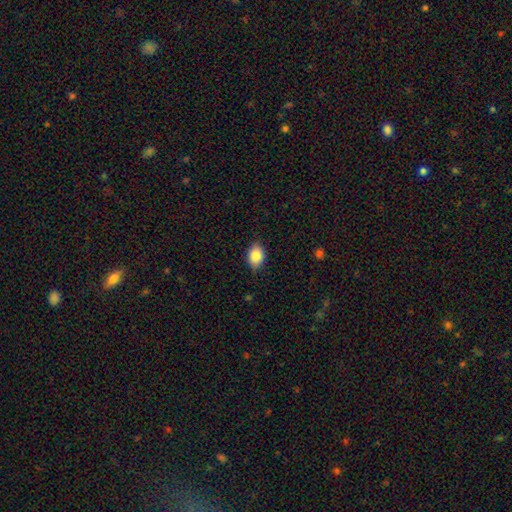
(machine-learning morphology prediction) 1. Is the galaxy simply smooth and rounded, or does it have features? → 84% smooth, 8% star or artifact, 8% featured or disk.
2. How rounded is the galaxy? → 73% in between, 26% round, 1% cigar-shaped.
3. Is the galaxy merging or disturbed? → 79% none, 18% minor disturbance, 3% major disturbance, 1% merger.